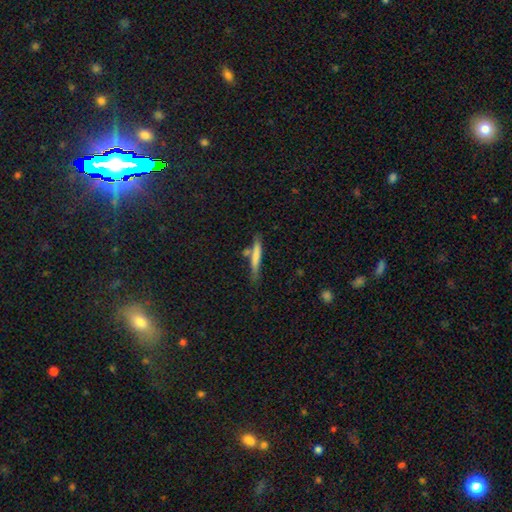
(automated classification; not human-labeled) A smooth galaxy with no disk features (71%) that is cigar-shaped (92%).

Vote fractions:
- Smooth or featured? smooth: 71% / featured or disk: 23% / star or artifact: 7%
- How rounded? cigar-shaped: 92% / in between: 6% / round: 2%
- Merging? none: 66% / minor disturbance: 16% / merger: 14% / major disturbance: 4%